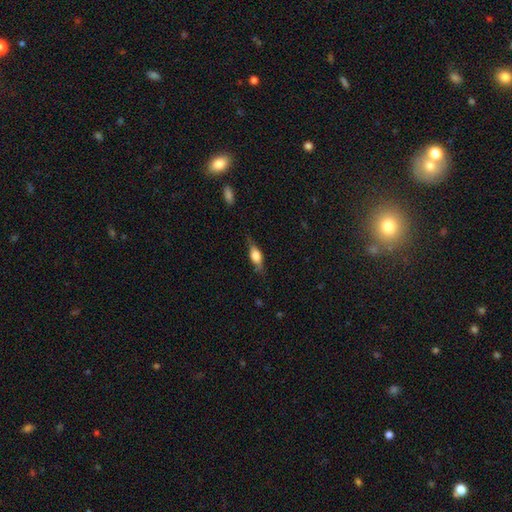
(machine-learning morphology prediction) smooth 51%, featured or disk 42%, star or artifact 7%. Down the decision tree: how rounded — in between (62%); merging — none (73%).